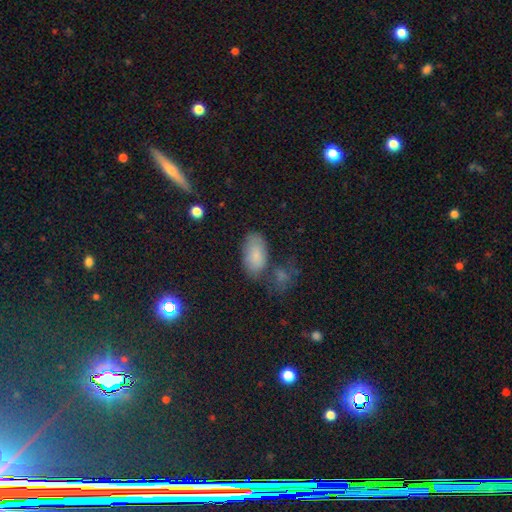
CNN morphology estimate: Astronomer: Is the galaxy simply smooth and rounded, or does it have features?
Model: smooth — 81%.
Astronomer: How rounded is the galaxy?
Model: in between — 93%.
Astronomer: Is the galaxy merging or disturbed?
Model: none — 56%.